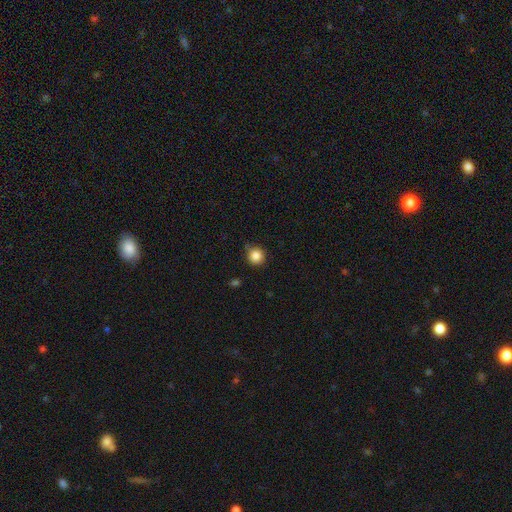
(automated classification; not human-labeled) smooth 84%, star or artifact 11%, featured or disk 5%. Down the decision tree: how rounded — round (94%); merging — none (83%).